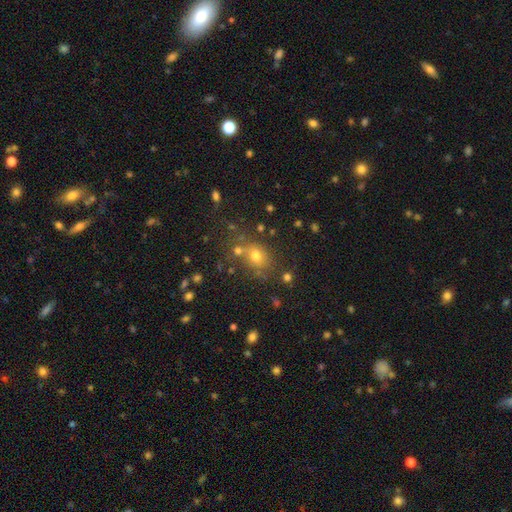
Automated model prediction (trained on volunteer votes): This is likely a smooth galaxy (67%). How rounded: possibly round (54%). Merging: likely none (64%).